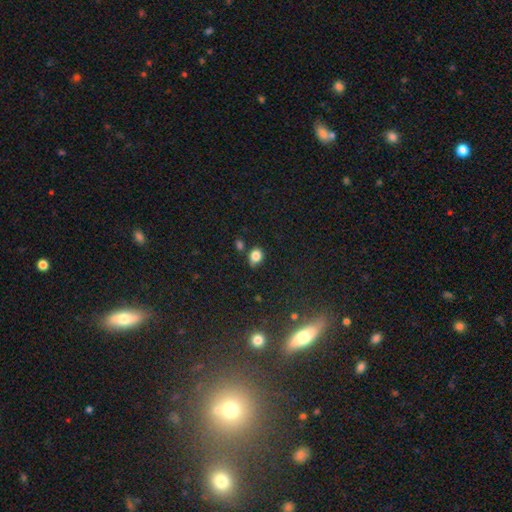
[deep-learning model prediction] Smooth or featured: smooth — 83% (star or artifact — 11%)
How rounded: round — 55% (in between — 44%)
Merging: none — 68% (minor disturbance — 20%)